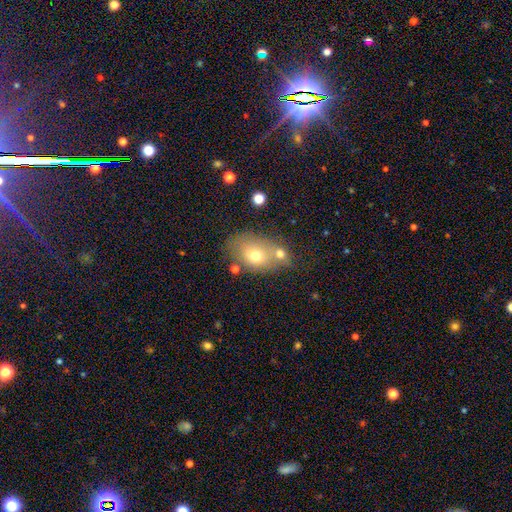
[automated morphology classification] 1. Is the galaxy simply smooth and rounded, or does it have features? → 67% smooth, 22% featured or disk, 11% star or artifact.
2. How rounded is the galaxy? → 69% in between, 29% round, 1% cigar-shaped.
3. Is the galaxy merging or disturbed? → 42% none, 36% merger, 15% minor disturbance, 7% major disturbance.